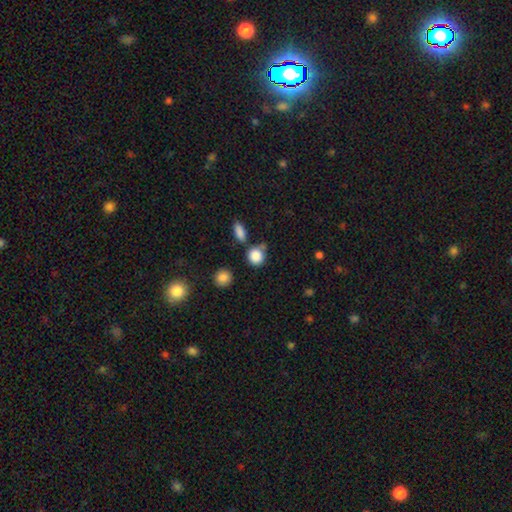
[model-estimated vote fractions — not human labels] Smooth or featured?
  - smooth: 85% *
  - star or artifact: 10%
  - featured or disk: 5%
How rounded?
  - round: 82% *
  - in between: 16%
  - cigar-shaped: 1%
Merging?
  - none: 66% *
  - minor disturbance: 15%
  - merger: 14%
  - major disturbance: 5%